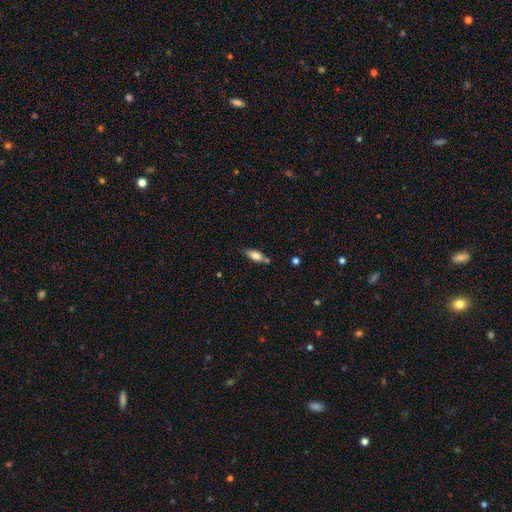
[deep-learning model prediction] smooth_or_featured: smooth (p=0.75) [alt: featured or disk p=0.18]
how_rounded: in between (p=0.76) [alt: cigar-shaped p=0.21]
merging: none (p=0.66) [alt: minor disturbance p=0.20]